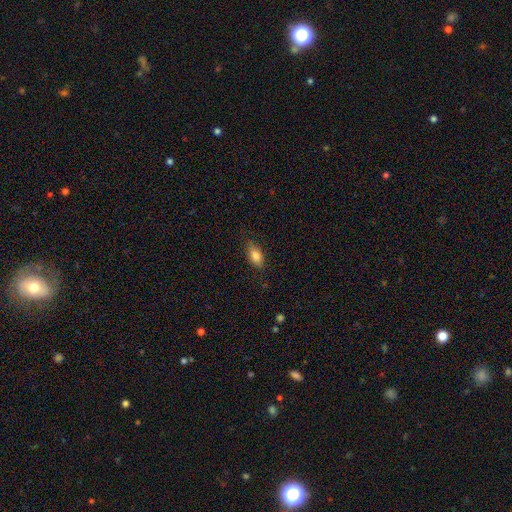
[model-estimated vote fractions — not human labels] Smooth or featured? smooth (81%)
How rounded? in between (87%)
Merging? none (81%)